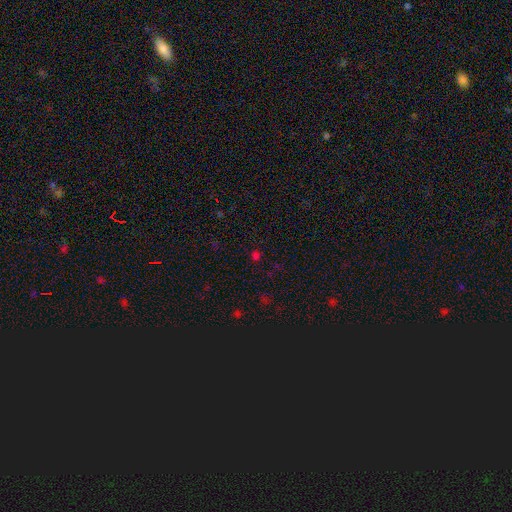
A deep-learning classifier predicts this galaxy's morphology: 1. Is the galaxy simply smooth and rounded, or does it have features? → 51% smooth, 43% star or artifact, 5% featured or disk.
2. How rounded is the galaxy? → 82% round, 16% in between, 1% cigar-shaped.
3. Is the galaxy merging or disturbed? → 81% none, 10% minor disturbance, 5% major disturbance, 4% merger.